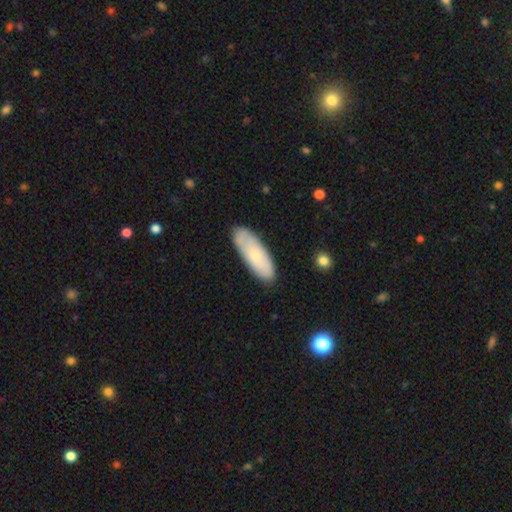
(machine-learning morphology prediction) This appears to be a smooth galaxy with no disk features (68%) that is in between round and cigar-shaped (63%). Merging: none (81%).